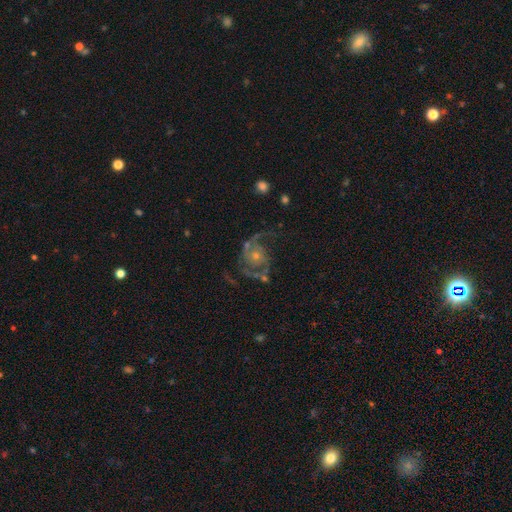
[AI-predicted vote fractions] featured or disk 88%, star or artifact 6%, smooth 5%. Down the decision tree: edge-on disk — no (98%); bar — no (73%); spiral arms — yes (97%); spiral arm count — 2 (88%); spiral winding — medium (55%); bulge size — small (55%); merging — none (63%).